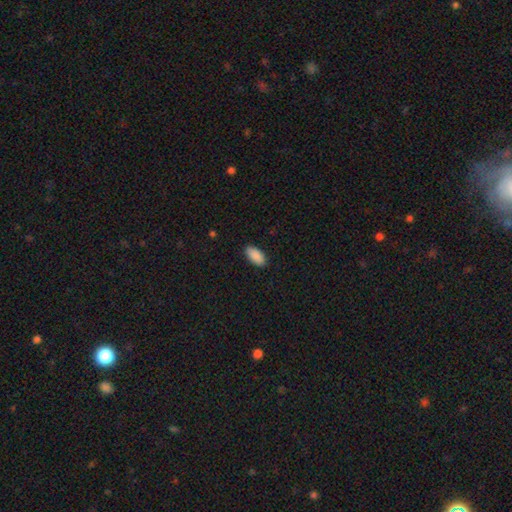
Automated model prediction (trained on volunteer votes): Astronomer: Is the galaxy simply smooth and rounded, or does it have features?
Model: smooth — 91%.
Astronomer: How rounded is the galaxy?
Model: in between — 92%.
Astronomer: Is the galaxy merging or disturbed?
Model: none — 89%.